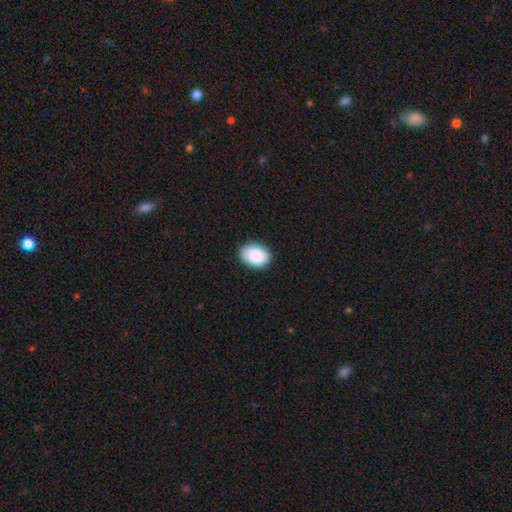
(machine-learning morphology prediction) Q: Smooth or featured?
A: smooth (88%); runner-up: star or artifact (7%)
Q: How rounded?
A: in between (75%); runner-up: round (24%)
Q: Merging?
A: none (89%); runner-up: minor disturbance (8%)